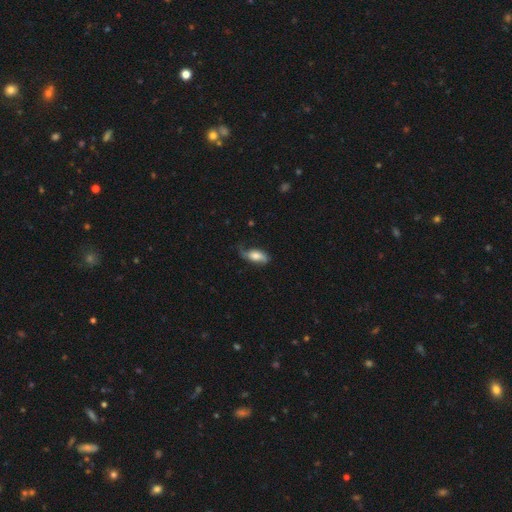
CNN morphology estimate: Q: Smooth or featured?
A: smooth (55%); runner-up: featured or disk (37%)
Q: How rounded?
A: in between (84%); runner-up: cigar-shaped (12%)
Q: Merging?
A: none (48%); runner-up: minor disturbance (33%)